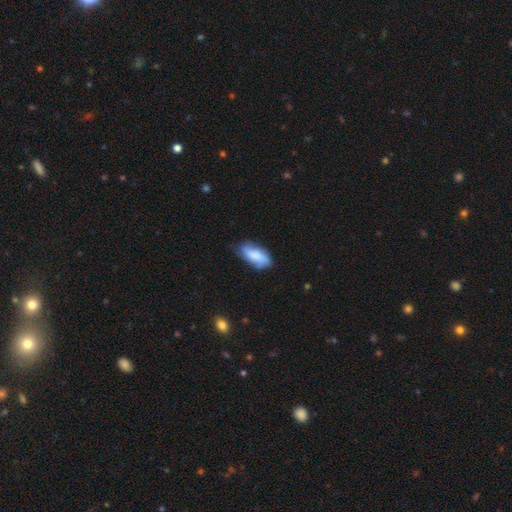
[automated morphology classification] This appears to be a smooth galaxy with no disk features (80%) that is in between round and cigar-shaped (86%). Merging: none (63%).